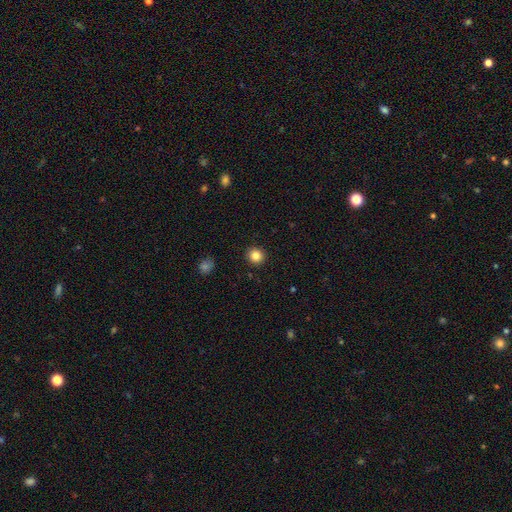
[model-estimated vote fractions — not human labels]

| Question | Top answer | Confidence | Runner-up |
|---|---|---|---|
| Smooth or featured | smooth | 84% | star or artifact (11%) |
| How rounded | round | 93% | in between (6%) |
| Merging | none | 93% | minor disturbance (5%) |